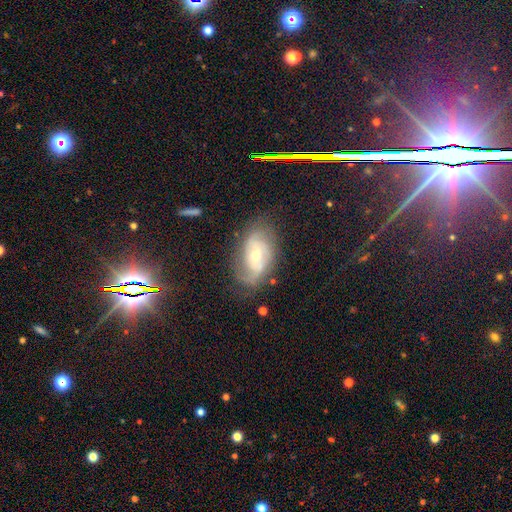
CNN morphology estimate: Smooth or featured? Predicted: featured or disk (p=0.71). Edge-on disk? Predicted: no (p=0.93). Bar? Predicted: no (p=0.48). Spiral arms? Predicted: yes (p=0.89). Spiral winding? Predicted: tight (p=0.41). Spiral arm count? Predicted: 2 (p=0.50). Bulge size? Predicted: moderate (p=0.51). Merging? Predicted: none (p=0.66).